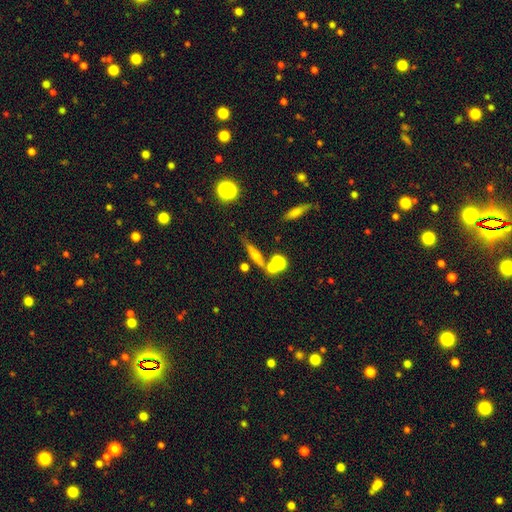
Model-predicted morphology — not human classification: Smooth or featured? smooth (47%)
Merging? none (57%)